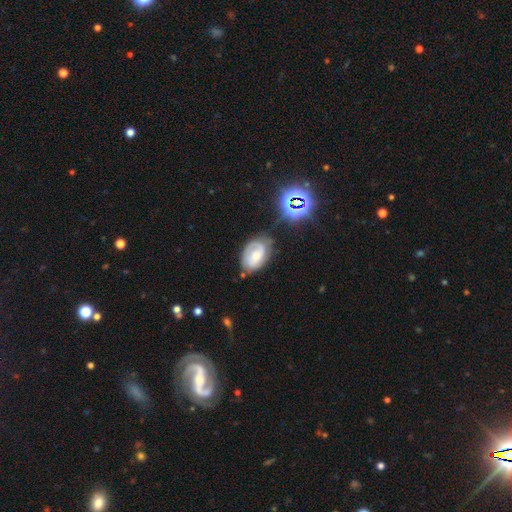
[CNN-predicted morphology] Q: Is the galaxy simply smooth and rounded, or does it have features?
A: featured or disk — 59%.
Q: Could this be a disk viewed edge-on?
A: no — 96%.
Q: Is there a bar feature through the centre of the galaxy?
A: no — 61%.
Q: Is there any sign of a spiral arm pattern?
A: yes — 84%.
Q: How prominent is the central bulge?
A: small — 48%.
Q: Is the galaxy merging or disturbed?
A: none — 56%.